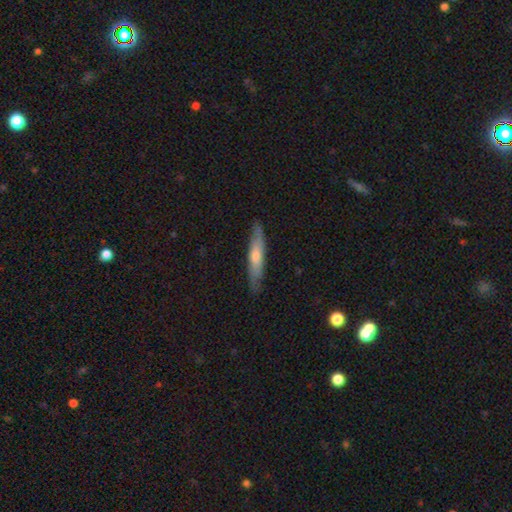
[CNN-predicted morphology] smooth 52%, featured or disk 42%, star or artifact 5%. Down the decision tree: how rounded — cigar-shaped (87%); merging — none (84%).